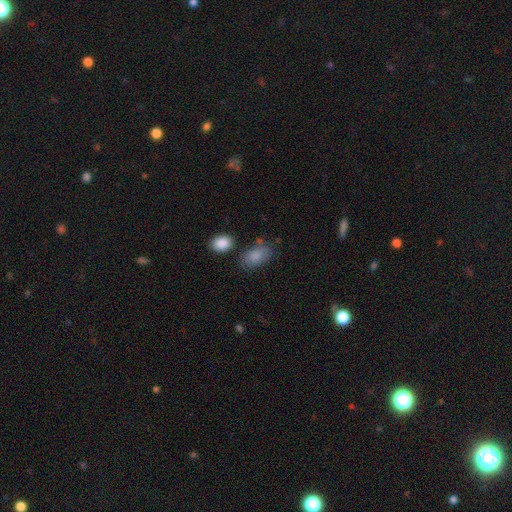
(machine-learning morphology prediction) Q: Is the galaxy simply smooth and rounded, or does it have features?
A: smooth — 86%.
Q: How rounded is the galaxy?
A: in between — 90%.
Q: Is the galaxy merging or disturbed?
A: none — 69%.